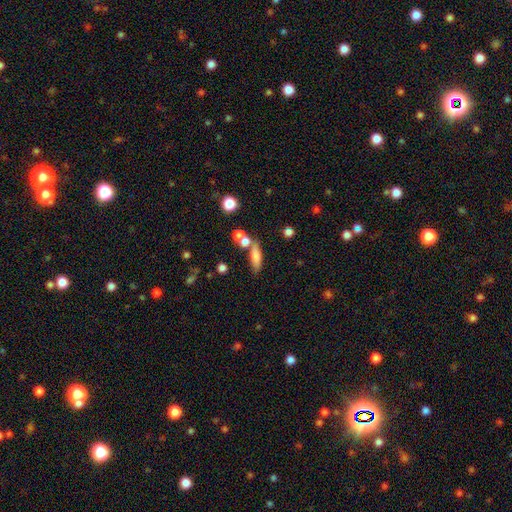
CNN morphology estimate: Smooth or featured? Predicted: smooth (p=0.75). How rounded? Predicted: in between (p=0.52). Merging? Predicted: none (p=0.55).